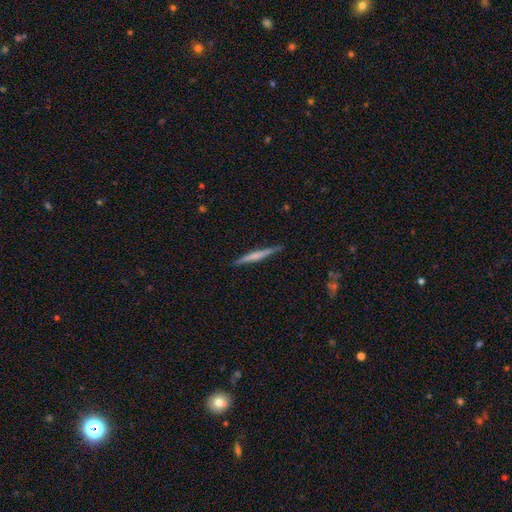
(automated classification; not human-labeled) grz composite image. It shows a featured or disk galaxy (51%) viewed edge-on (98%). Merging: none (89%).